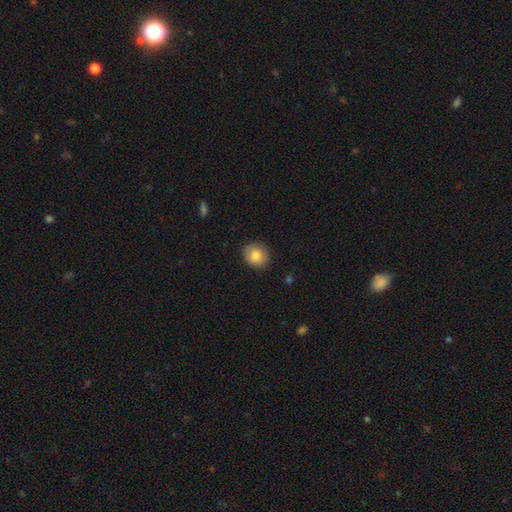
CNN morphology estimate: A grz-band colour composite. It shows a smooth galaxy with no disk features (83%) that is round (70%). Merging: none (87%).